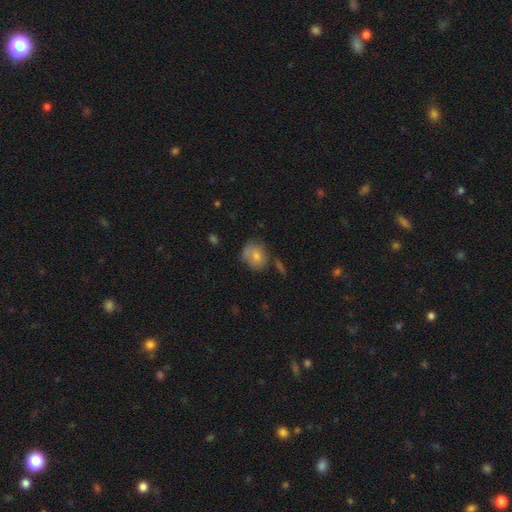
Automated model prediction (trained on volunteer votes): The model was most divided on "merging": none: 54%, minor disturbance: 25%, merger: 12%, major disturbance: 9%. More confident: smooth or featured — smooth (73%); how rounded — round (65%).